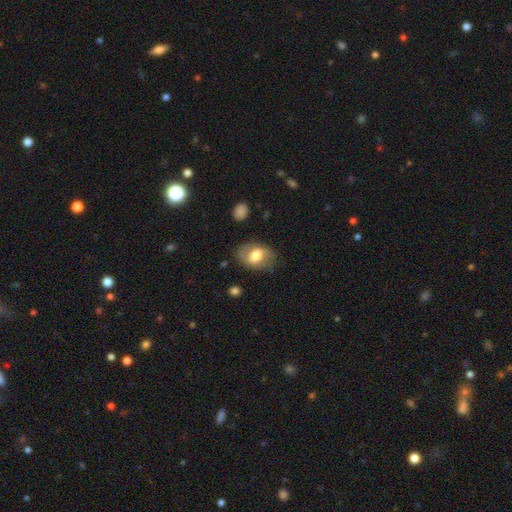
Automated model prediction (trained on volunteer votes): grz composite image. It shows a smooth galaxy with no disk features (56%) that is in between round and cigar-shaped (78%). Merging: none (72%).